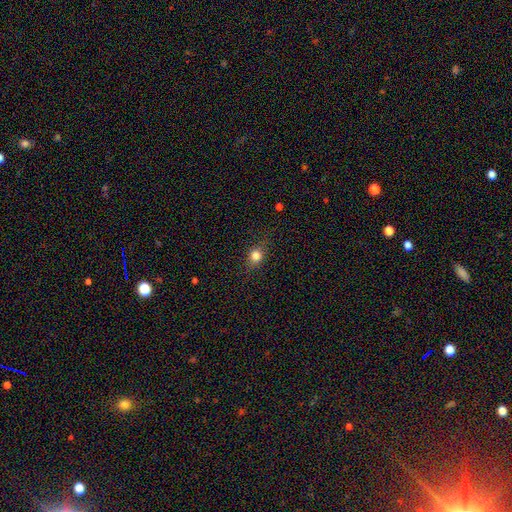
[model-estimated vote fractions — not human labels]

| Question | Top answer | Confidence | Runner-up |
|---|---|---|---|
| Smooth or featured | smooth | 76% | star or artifact (13%) |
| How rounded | round | 61% | in between (36%) |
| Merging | none | 81% | minor disturbance (14%) |